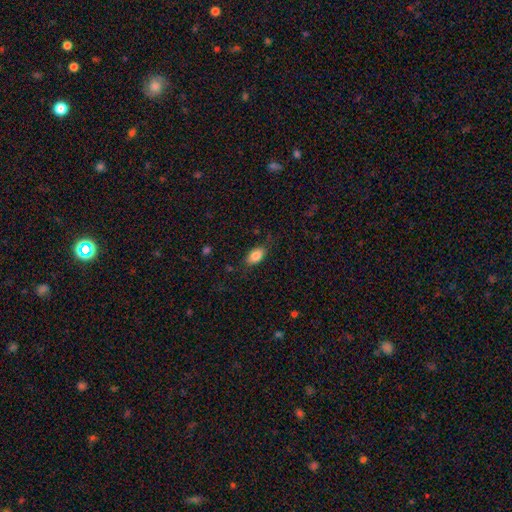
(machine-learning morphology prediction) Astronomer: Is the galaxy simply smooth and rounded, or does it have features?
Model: smooth — 86%.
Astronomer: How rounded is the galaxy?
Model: in between — 90%.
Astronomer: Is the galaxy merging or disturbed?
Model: none — 77%.